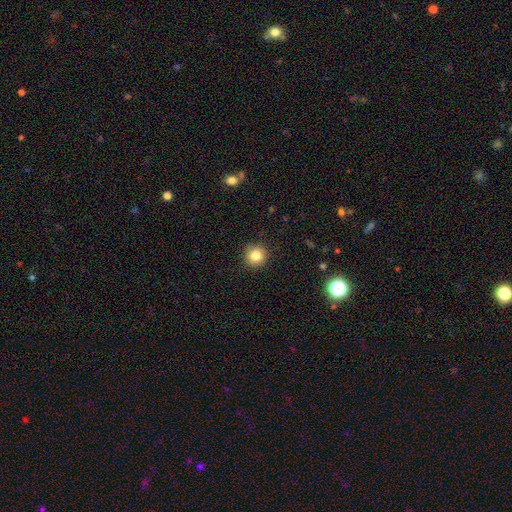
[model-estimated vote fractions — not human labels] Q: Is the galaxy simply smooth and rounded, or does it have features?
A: smooth — 84%.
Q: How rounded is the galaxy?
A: round — 94%.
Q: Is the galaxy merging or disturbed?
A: none — 91%.